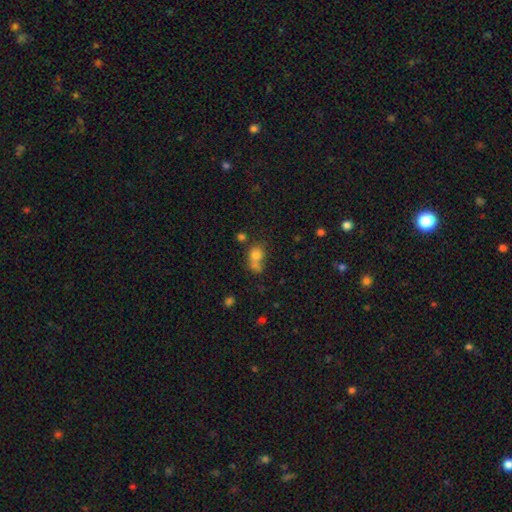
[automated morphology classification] The model was most divided on "merging": merger: 51%, none: 33%, minor disturbance: 10%, major disturbance: 6%. More confident: smooth or featured — smooth (75%); how rounded — round (69%).